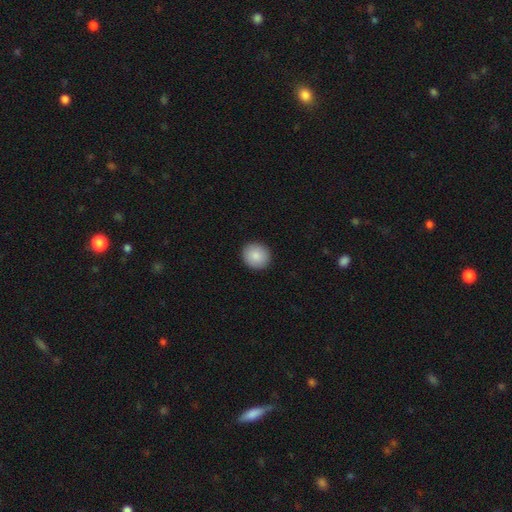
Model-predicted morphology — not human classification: smooth_or_featured: smooth (p=0.88) [alt: star or artifact p=0.07]
how_rounded: round (p=0.89) [alt: in between p=0.10]
merging: none (p=0.92) [alt: minor disturbance p=0.05]